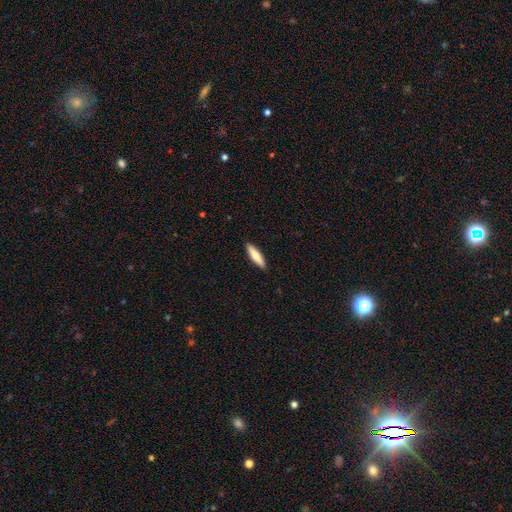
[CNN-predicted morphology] This is likely a smooth galaxy (76%). How rounded: likely cigar-shaped (71%). Merging: clearly none (91%).